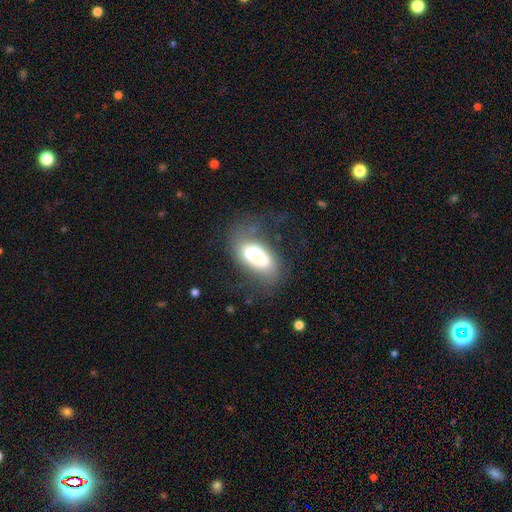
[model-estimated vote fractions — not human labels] Smooth or featured? Predicted: smooth (p=0.62). How rounded? Predicted: in between (p=0.90). Merging? Predicted: none (p=0.39).